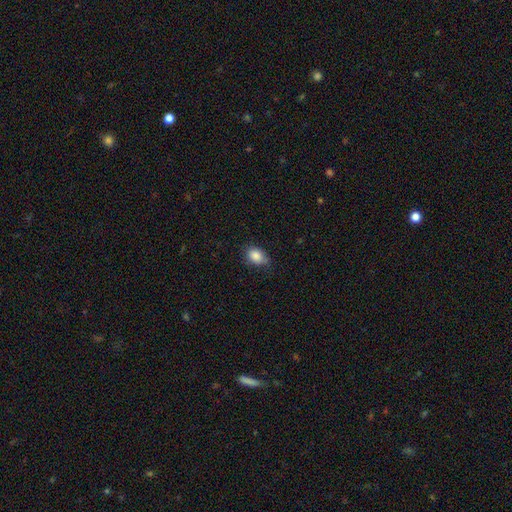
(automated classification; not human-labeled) Morphology: type=smooth (86%); roundness=in between (72%); merging=none (64%).